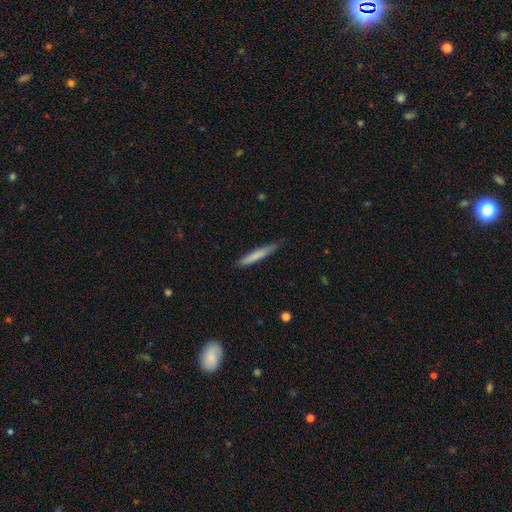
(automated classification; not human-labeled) Overall: smooth (76%). How rounded: cigar-shaped (95%). Merging: none (81%).